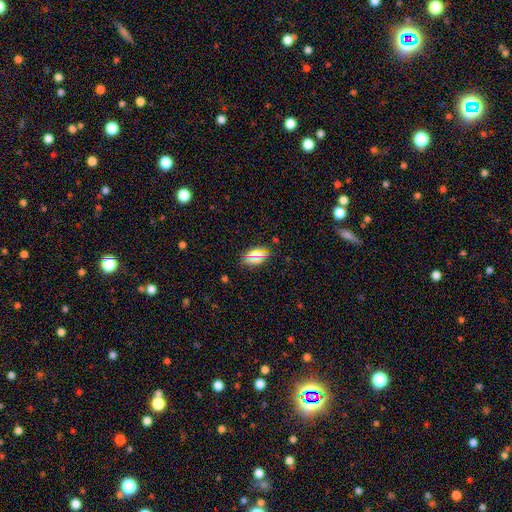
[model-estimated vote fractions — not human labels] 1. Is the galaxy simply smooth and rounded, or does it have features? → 61% smooth, 24% featured or disk, 15% star or artifact.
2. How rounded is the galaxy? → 83% in between, 12% round, 6% cigar-shaped.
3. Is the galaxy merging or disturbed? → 76% none, 17% minor disturbance, 5% major disturbance, 2% merger.